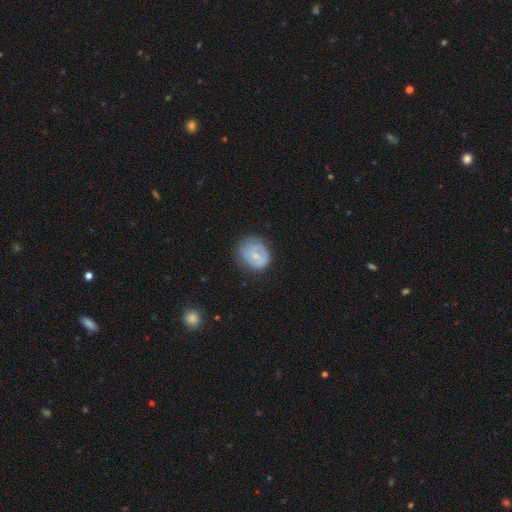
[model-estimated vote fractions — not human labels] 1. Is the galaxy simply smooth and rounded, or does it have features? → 55% smooth, 37% featured or disk, 7% star or artifact.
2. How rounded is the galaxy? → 70% round, 29% in between, 1% cigar-shaped.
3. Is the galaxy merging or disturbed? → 68% none, 23% minor disturbance, 8% major disturbance, 1% merger.